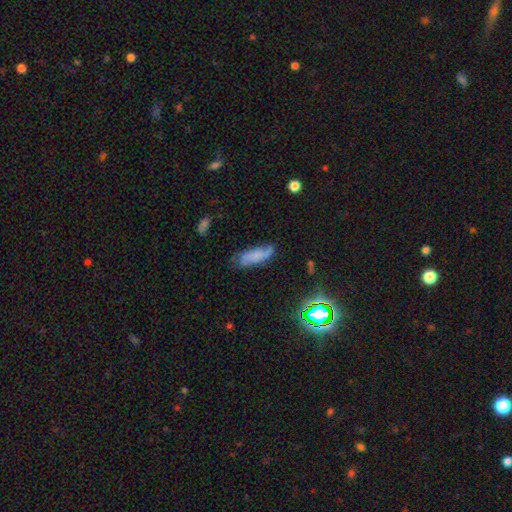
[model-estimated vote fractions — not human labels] smooth 51%, featured or disk 36%, star or artifact 13%. Down the decision tree: how rounded — in between (59%); merging — none (55%).